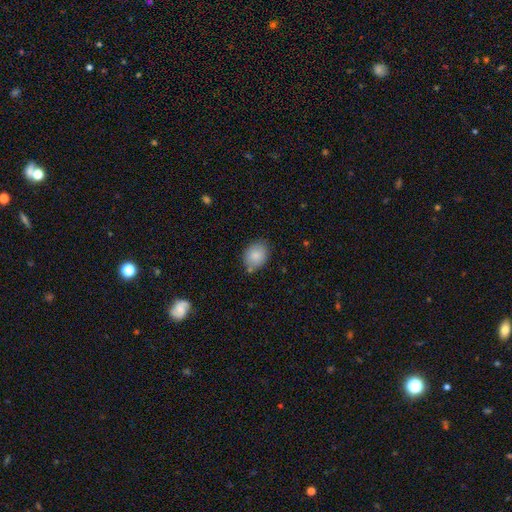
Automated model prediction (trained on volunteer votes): Morphology: type=smooth (86%); roundness=in between (62%); merging=none (76%).